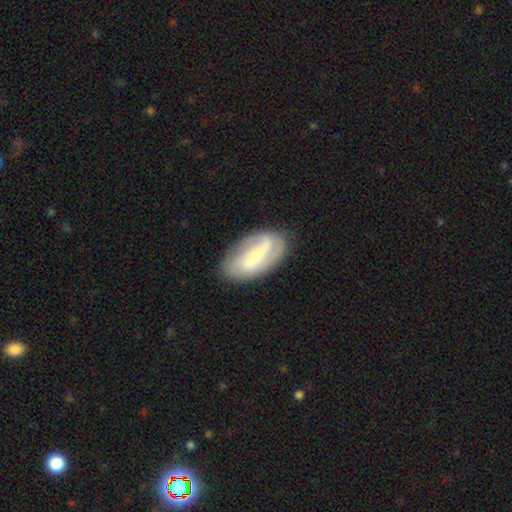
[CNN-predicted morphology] smooth-or-featured: featured or disk: 72% | smooth: 22% | star or artifact: 6%
  disk-edge-on: no: 94% | yes: 6%
    bar: strong: 39% (tied) | weak: 39% (tied) | no: 22%
    has-spiral-arms: yes: 87% | no: 13%
      spiral-winding: loose: 39% | medium: 36% | tight: 25%
      spiral-arm-count: 2: 72% | can't tell: 14% | 1: 8% | 3: 4% | 4: 2% | more than 4: 1%
    bulge-size: small: 61% | moderate: 32% | none: 3% | large: 3% | dominant: 1%
  merging: none: 78% | minor disturbance: 16% | major disturbance: 5% | merger: 2%